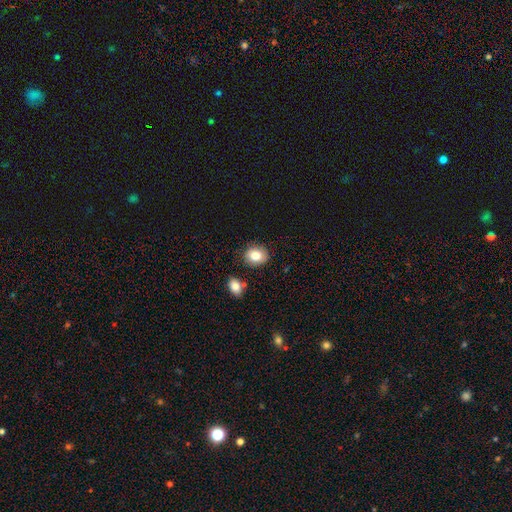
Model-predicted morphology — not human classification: This appears to be a smooth galaxy with no disk features (82%) that is round (55%). Merging: none (82%).